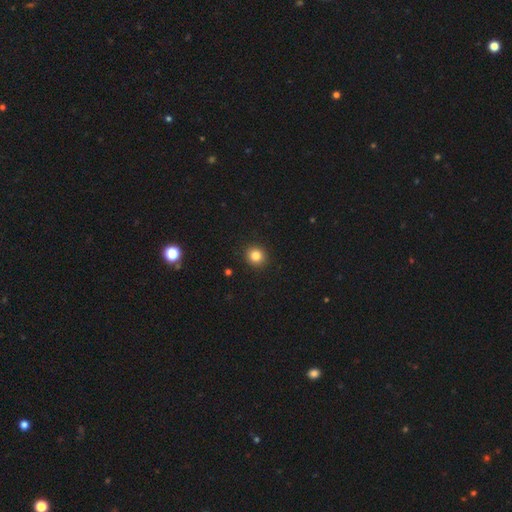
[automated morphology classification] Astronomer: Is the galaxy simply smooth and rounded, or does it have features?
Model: smooth — 84%.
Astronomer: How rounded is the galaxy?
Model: round — 90%.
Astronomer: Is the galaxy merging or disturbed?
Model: none — 93%.